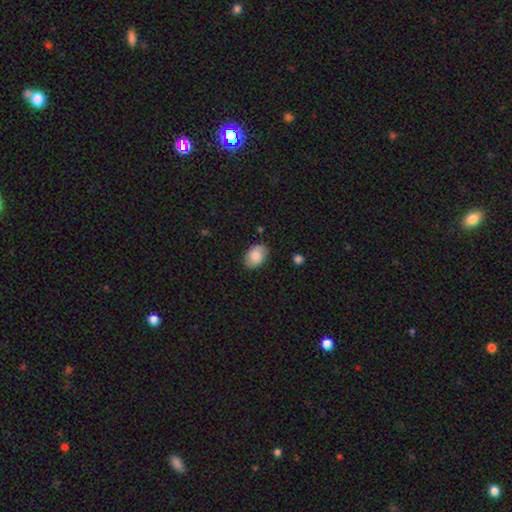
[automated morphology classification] Smooth or featured?
  - smooth: 81% *
  - featured or disk: 12%
  - star or artifact: 7%
How rounded?
  - in between: 82% *
  - round: 17%
  - cigar-shaped: 1%
Merging?
  - none: 84% *
  - minor disturbance: 13%
  - major disturbance: 2%
  - merger: 1%